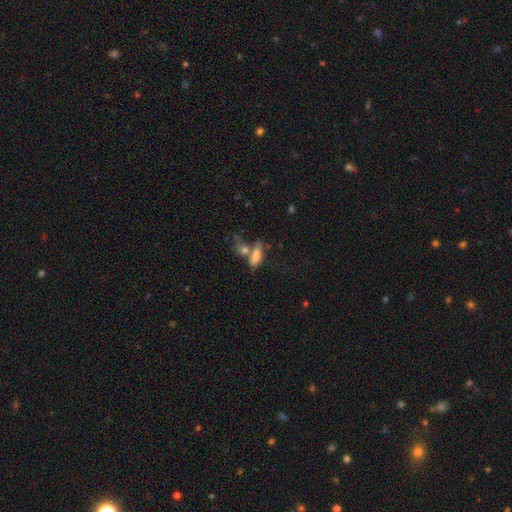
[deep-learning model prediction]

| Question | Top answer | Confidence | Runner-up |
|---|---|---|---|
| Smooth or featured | smooth | 77% | featured or disk (13%) |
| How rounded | in between | 72% | cigar-shaped (23%) |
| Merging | merger | 43% | none (33%) |